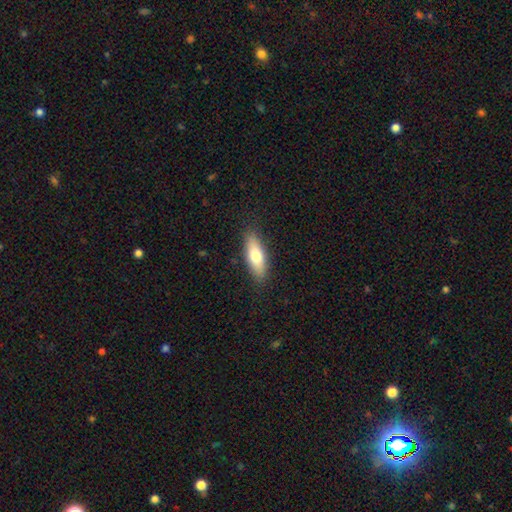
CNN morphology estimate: This appears to be a smooth galaxy with no disk features (70%) that is in between round and cigar-shaped (60%). Merging: none (87%).